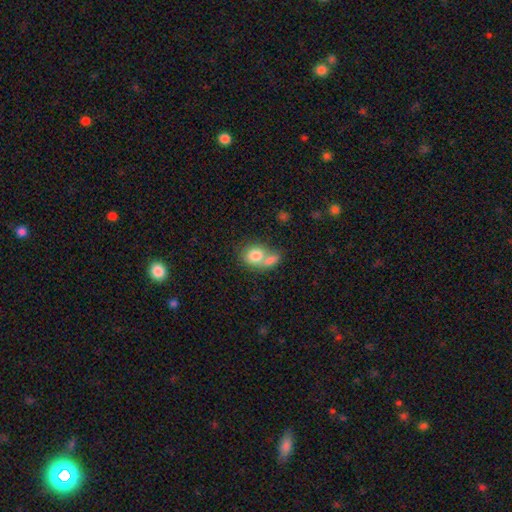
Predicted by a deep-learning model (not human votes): Smooth or featured?
  - smooth: 78% *
  - featured or disk: 13%
  - star or artifact: 8%
How rounded?
  - round: 56% *
  - in between: 42%
  - cigar-shaped: 1%
Merging?
  - merger: 55% *
  - none: 30%
  - minor disturbance: 10%
  - major disturbance: 6%